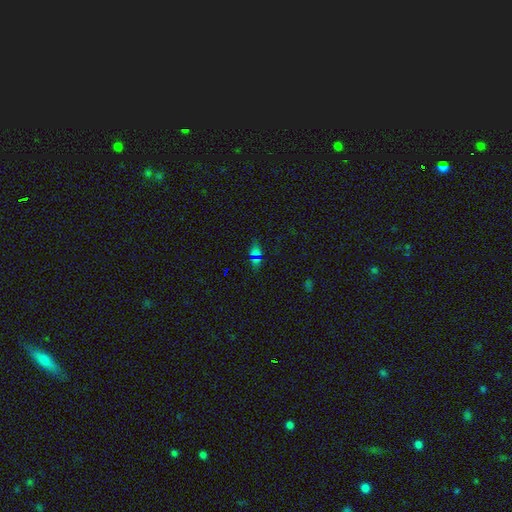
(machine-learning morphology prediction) smooth_or_featured: smooth (p=0.49) [alt: star or artifact p=0.40]
merging: none (p=0.76) [alt: minor disturbance p=0.14]